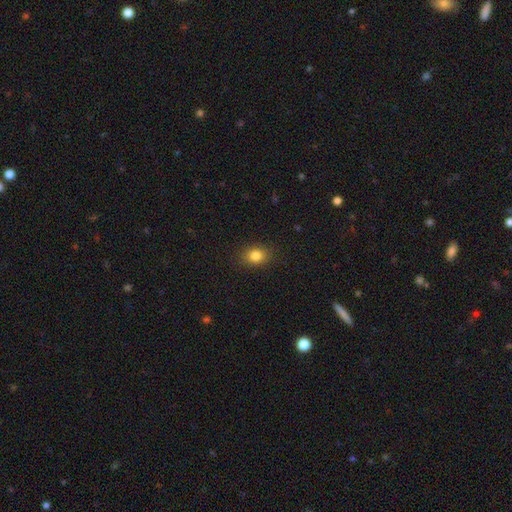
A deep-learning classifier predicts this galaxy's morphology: A smooth galaxy with no disk features (83%) that is in between round and cigar-shaped (53%).

Vote fractions:
- Smooth or featured? smooth: 83% / star or artifact: 11% / featured or disk: 6%
- How rounded? in between: 53% / round: 46% / cigar-shaped: 1%
- Merging? none: 87% / minor disturbance: 9% / major disturbance: 3% / merger: 1%